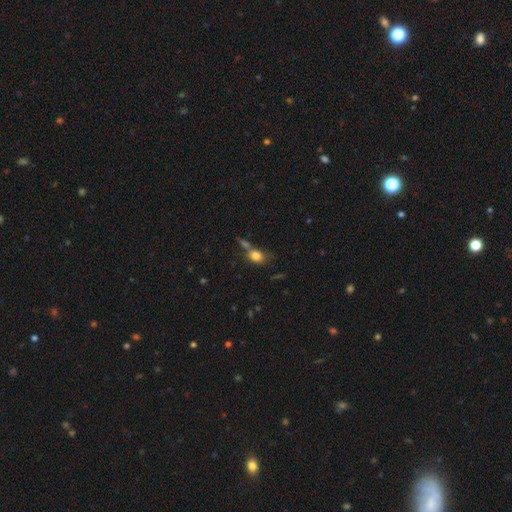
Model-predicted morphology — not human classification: Smooth or featured: smooth — 80% (star or artifact — 11%)
How rounded: in between — 60% (round — 37%)
Merging: none — 47% (merger — 27%)